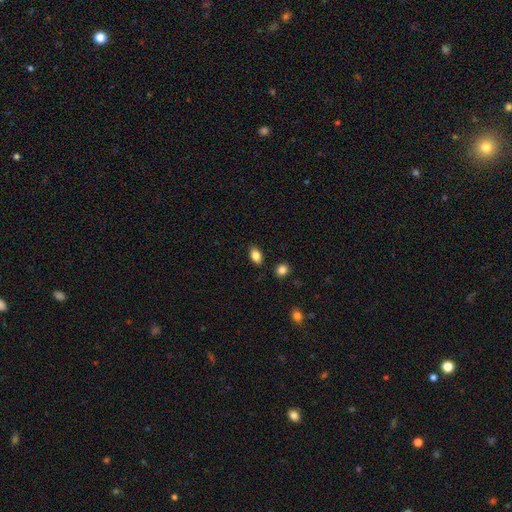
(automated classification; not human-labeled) Smooth or featured: smooth — 84% (star or artifact — 9%)
How rounded: in between — 86% (round — 11%)
Merging: none — 85% (minor disturbance — 11%)